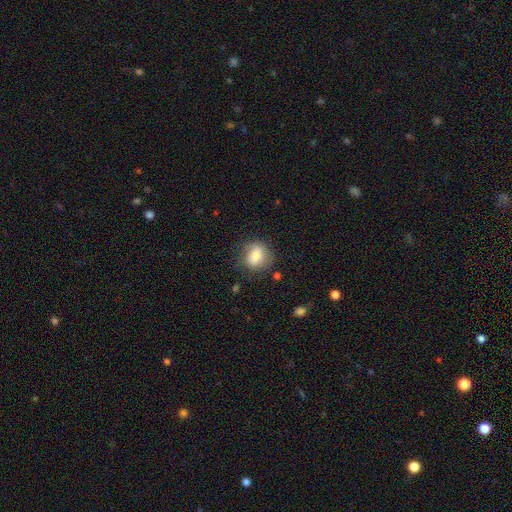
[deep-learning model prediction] Q: Smooth or featured?
A: smooth (74%); runner-up: featured or disk (18%)
Q: How rounded?
A: round (70%); runner-up: in between (29%)
Q: Merging?
A: none (73%); runner-up: minor disturbance (18%)